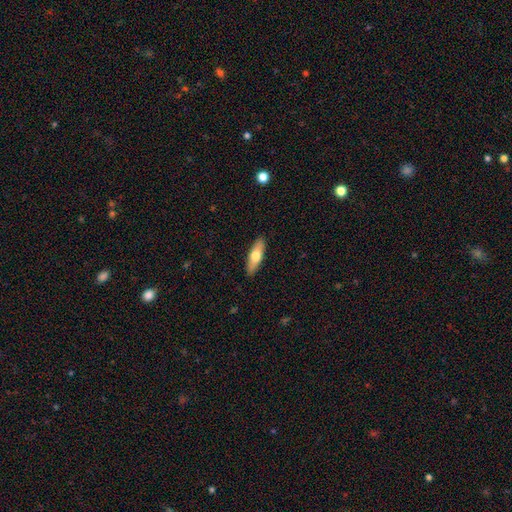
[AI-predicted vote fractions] Smooth or featured? smooth (64%)
How rounded? cigar-shaped (53%)
Merging? none (90%)